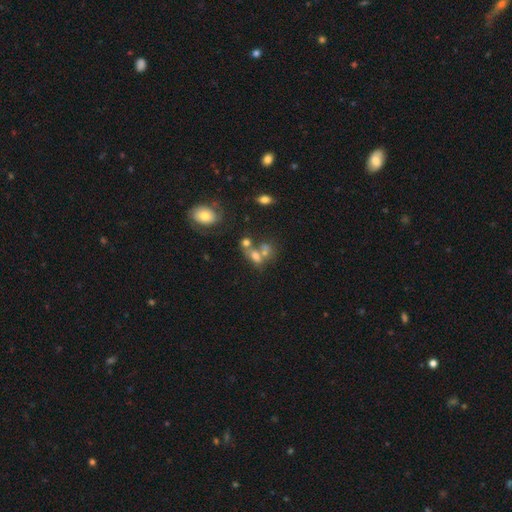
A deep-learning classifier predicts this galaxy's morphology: A smooth galaxy with no disk features (58%) that is in between round and cigar-shaped (65%).

Vote fractions:
- Smooth or featured? smooth: 58% / featured or disk: 24% / star or artifact: 18%
- How rounded? in between: 65% / round: 30% / cigar-shaped: 5%
- Merging? merger: 51% / none: 29% / minor disturbance: 11% / major disturbance: 10%